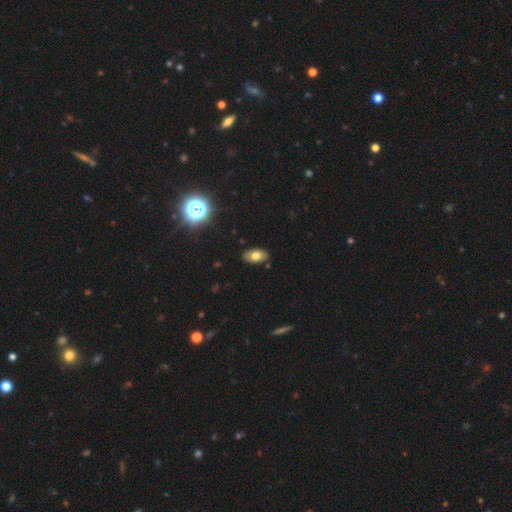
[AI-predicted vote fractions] This appears to be a smooth galaxy with no disk features (72%) that is in between round and cigar-shaped (91%). Merging: none (86%).